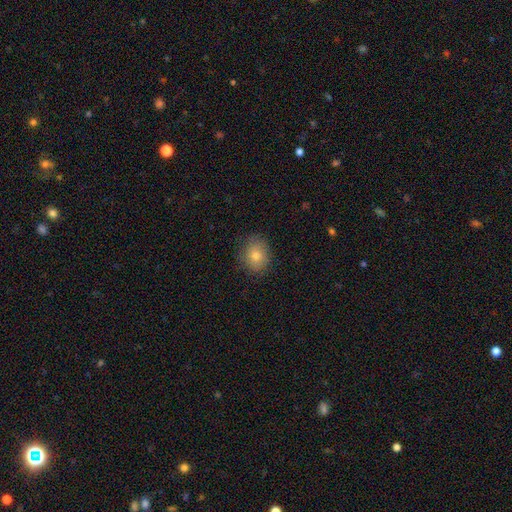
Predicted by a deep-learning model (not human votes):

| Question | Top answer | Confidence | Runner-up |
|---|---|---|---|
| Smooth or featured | smooth | 74% | featured or disk (14%) |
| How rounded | round | 60% | in between (39%) |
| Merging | none | 82% | minor disturbance (14%) |